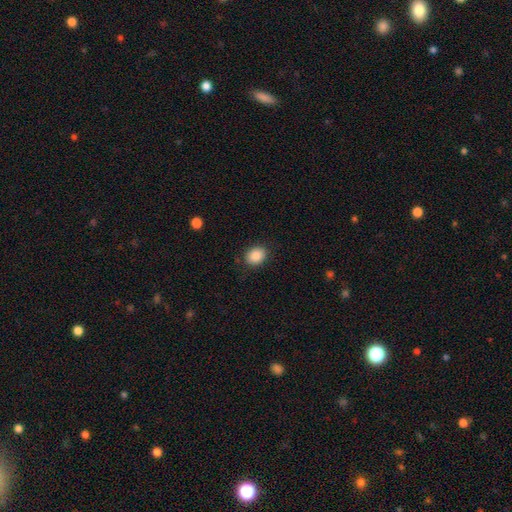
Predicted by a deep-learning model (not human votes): This is clearly a smooth galaxy (87%). How rounded: possibly in between (52%). Merging: clearly none (86%).